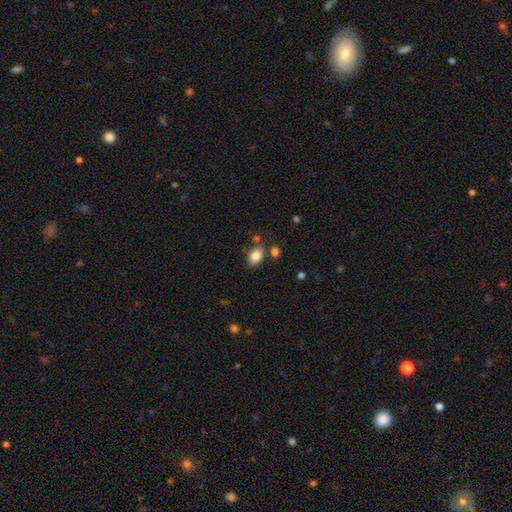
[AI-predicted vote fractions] Smooth or featured?
  - smooth: 85% *
  - star or artifact: 8%
  - featured or disk: 6%
How rounded?
  - in between: 87% *
  - round: 12%
  - cigar-shaped: 1%
Merging?
  - none: 76% *
  - minor disturbance: 12%
  - merger: 8%
  - major disturbance: 3%